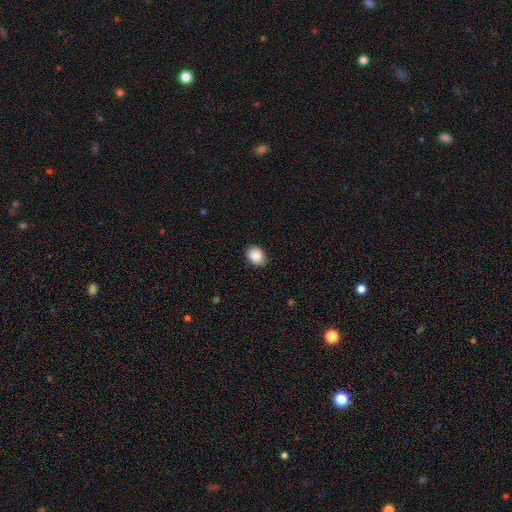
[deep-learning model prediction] This is clearly a smooth galaxy (89%). How rounded: possibly in between (57%). Merging: clearly none (83%).